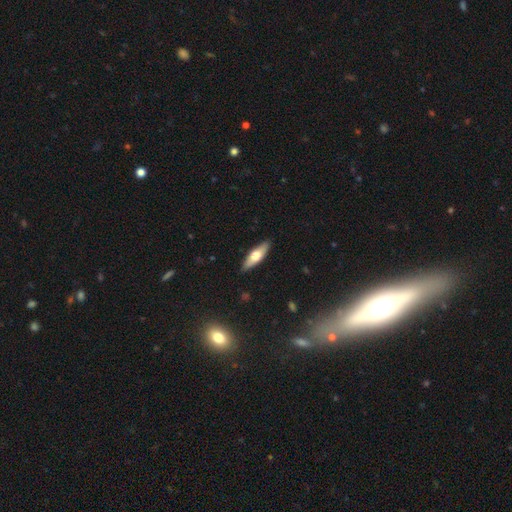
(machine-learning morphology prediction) smooth-or-featured: smooth: 52% | featured or disk: 42% | star or artifact: 5%
  how-rounded: cigar-shaped: 54% | in between: 44% | round: 2%
  merging: none: 89% | minor disturbance: 8% | major disturbance: 2% | merger: 1%